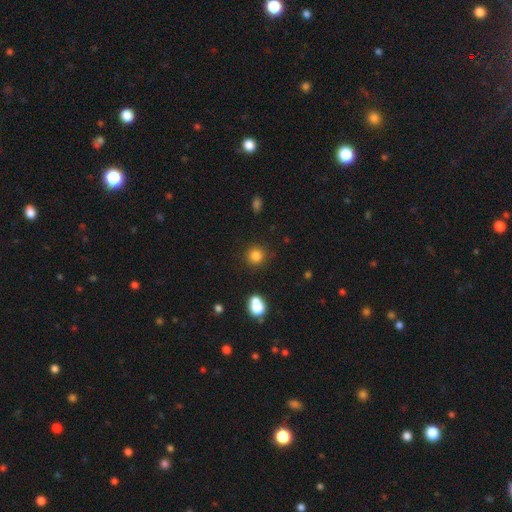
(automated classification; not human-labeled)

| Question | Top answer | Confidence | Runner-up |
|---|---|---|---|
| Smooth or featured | smooth | 82% | star or artifact (13%) |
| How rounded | round | 92% | in between (7%) |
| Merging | none | 87% | minor disturbance (7%) |